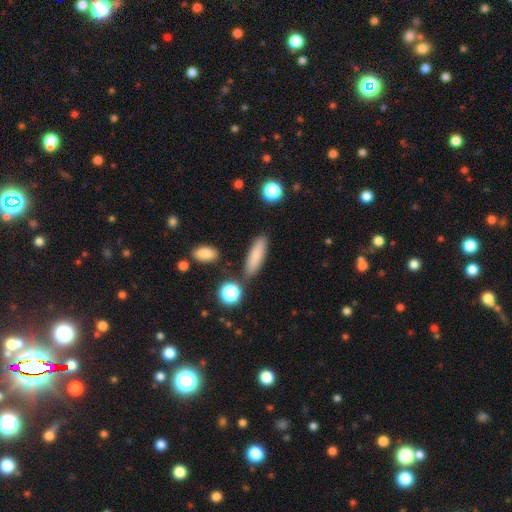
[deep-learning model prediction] smooth 81%, featured or disk 11%, star or artifact 9%. Down the decision tree: how rounded — cigar-shaped (55%); merging — none (84%).